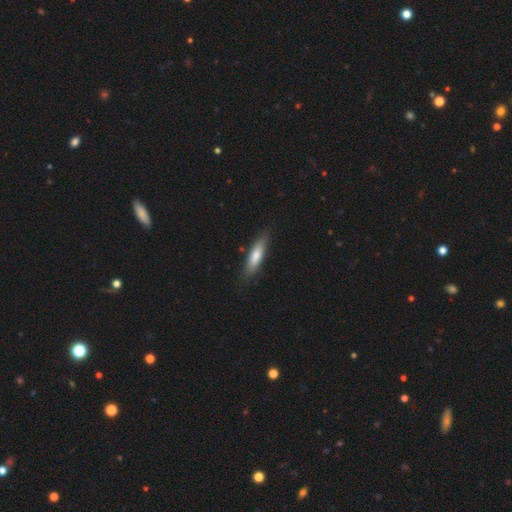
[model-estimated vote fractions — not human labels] This is likely a smooth galaxy (72%). How rounded: likely cigar-shaped (71%). Merging: clearly none (84%).